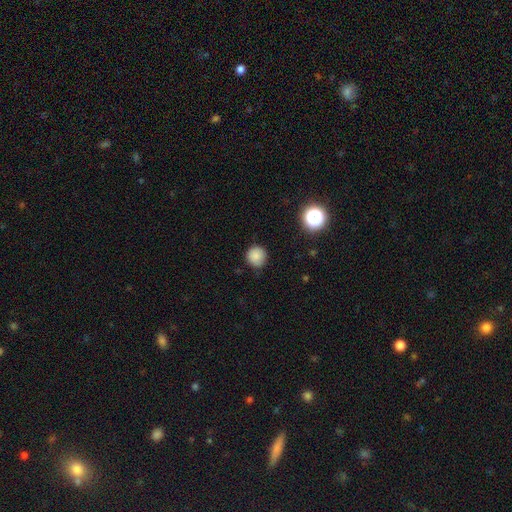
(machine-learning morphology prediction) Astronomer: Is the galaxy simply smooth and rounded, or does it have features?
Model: smooth — 84%.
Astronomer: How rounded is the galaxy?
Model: round — 93%.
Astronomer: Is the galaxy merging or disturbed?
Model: none — 81%.